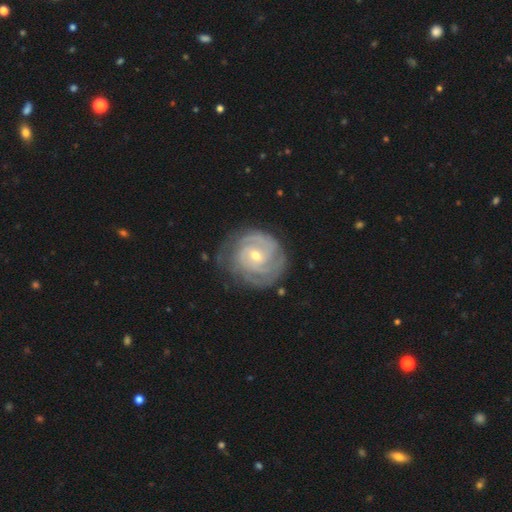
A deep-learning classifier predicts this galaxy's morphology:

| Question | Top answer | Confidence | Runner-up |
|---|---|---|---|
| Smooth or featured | featured or disk | 88% | smooth (7%) |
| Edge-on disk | no | 98% | yes (2%) |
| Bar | no | 52% | weak (38%) |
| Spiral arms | yes | 97% | no (3%) |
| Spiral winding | tight | 75% | medium (21%) |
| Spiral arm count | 2 | 32% | 3 (24%) |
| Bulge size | small | 53% | moderate (44%) |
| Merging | none | 75% | minor disturbance (18%) |